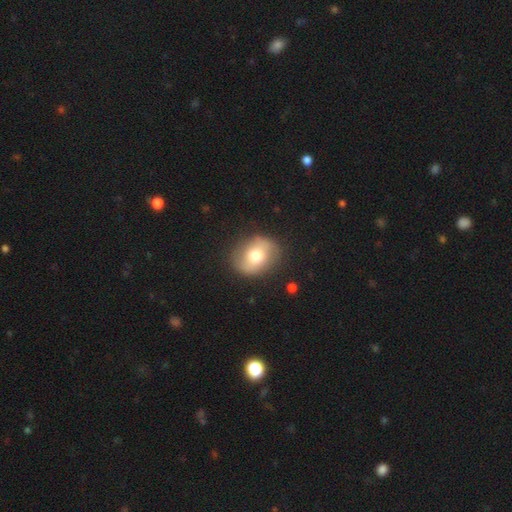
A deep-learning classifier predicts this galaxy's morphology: Smooth or featured? smooth (56%)
How rounded? round (53%)
Merging? none (82%)